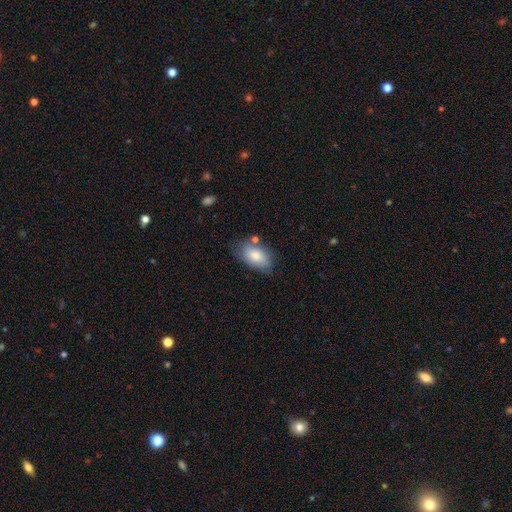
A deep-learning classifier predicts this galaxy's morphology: A smooth galaxy with no disk features (77%) that is in between round and cigar-shaped (92%).

Vote fractions:
- Smooth or featured? smooth: 77% / featured or disk: 16% / star or artifact: 7%
- How rounded? in between: 92% / round: 6% / cigar-shaped: 2%
- Merging? none: 65% / minor disturbance: 22% / merger: 8% / major disturbance: 5%